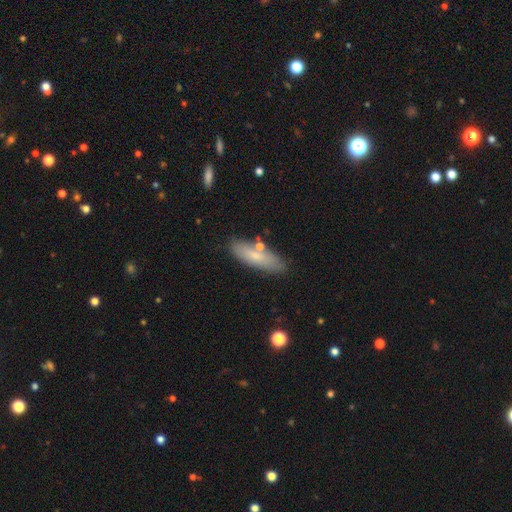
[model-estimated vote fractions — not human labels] Smooth or featured?
  - smooth: 72% *
  - featured or disk: 21%
  - star or artifact: 7%
How rounded?
  - cigar-shaped: 51% *
  - in between: 47%
  - round: 2%
Merging?
  - none: 79% *
  - minor disturbance: 12%
  - merger: 5%
  - major disturbance: 3%